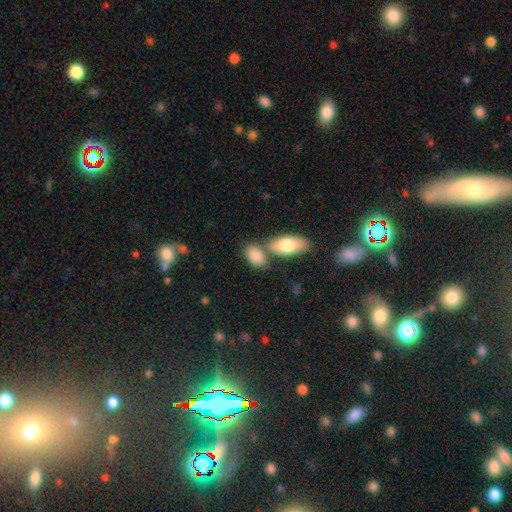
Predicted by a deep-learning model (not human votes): Smooth or featured?
  - smooth: 85% *
  - featured or disk: 9%
  - star or artifact: 6%
How rounded?
  - in between: 89% *
  - round: 7%
  - cigar-shaped: 4%
Merging?
  - none: 48% *
  - merger: 35%
  - minor disturbance: 12%
  - major disturbance: 4%